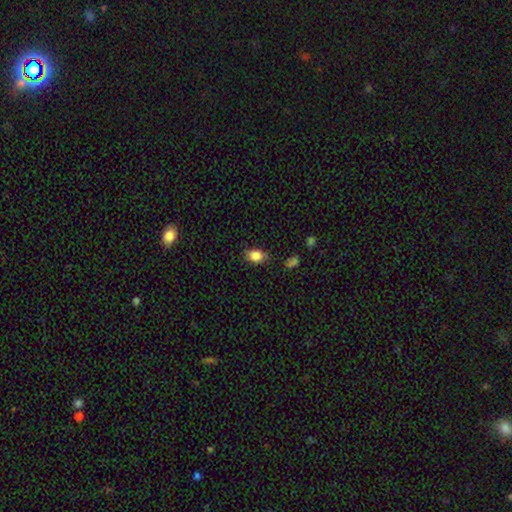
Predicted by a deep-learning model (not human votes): This appears to be a smooth galaxy with no disk features (85%) that is in between round and cigar-shaped (83%). Merging: none (79%).